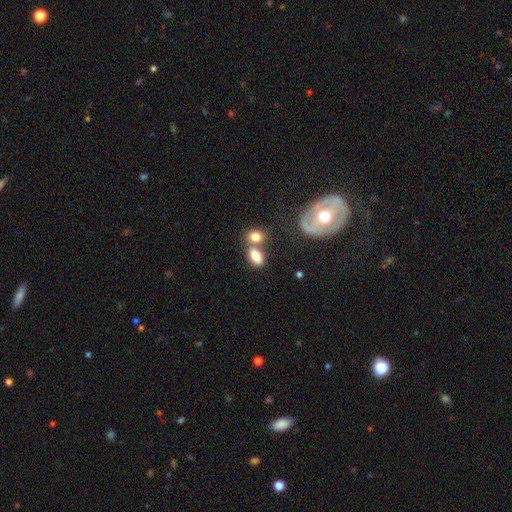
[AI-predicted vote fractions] This appears to be a smooth galaxy with no disk features (80%) that is in between round and cigar-shaped (84%). Merging: merger (42%).